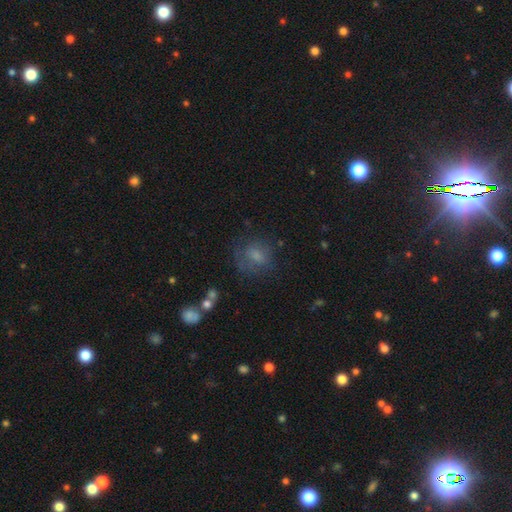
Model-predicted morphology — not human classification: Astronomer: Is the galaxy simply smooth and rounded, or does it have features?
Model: smooth — 63%.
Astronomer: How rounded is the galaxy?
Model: round — 49% (runner-up: in between, 48%).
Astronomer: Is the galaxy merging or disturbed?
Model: none — 57%.